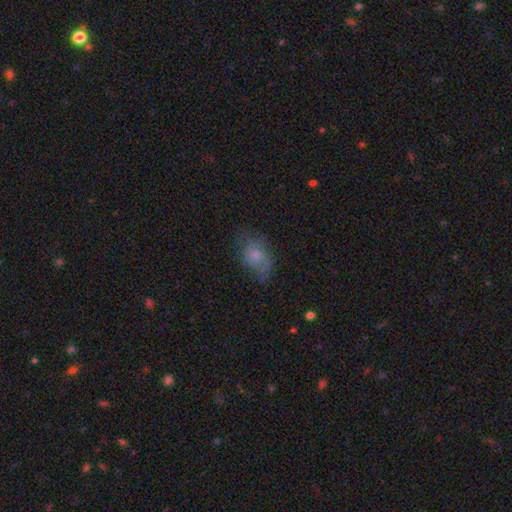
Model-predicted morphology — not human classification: Smooth or featured?
  - smooth: 65% *
  - featured or disk: 24%
  - star or artifact: 11%
How rounded?
  - in between: 74% *
  - round: 24%
  - cigar-shaped: 2%
Merging?
  - none: 45% *
  - minor disturbance: 30%
  - major disturbance: 23%
  - merger: 2%